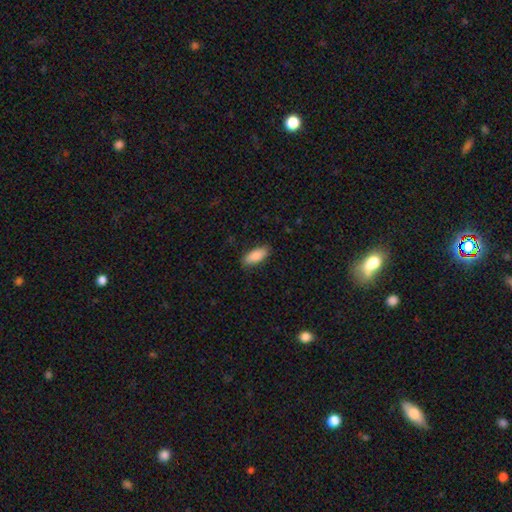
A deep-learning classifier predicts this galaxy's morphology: This is clearly a smooth galaxy (86%). How rounded: clearly in between (81%). Merging: clearly none (85%).